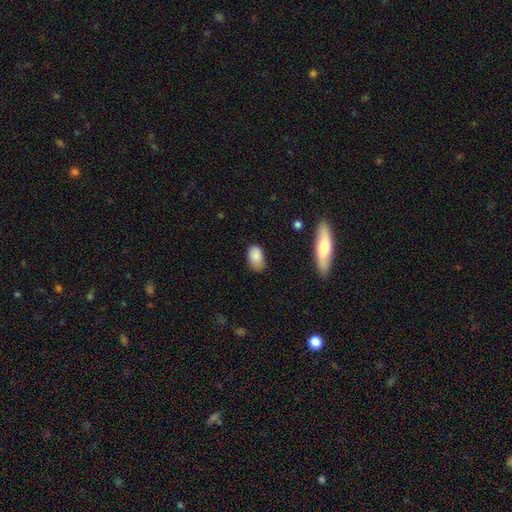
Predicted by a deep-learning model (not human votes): Q: Smooth or featured?
A: smooth (86%); runner-up: star or artifact (7%)
Q: How rounded?
A: in between (91%); runner-up: round (7%)
Q: Merging?
A: none (68%); runner-up: minor disturbance (25%)